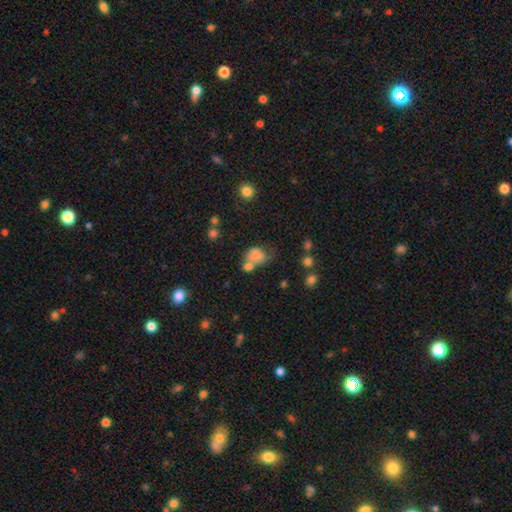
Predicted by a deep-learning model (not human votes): Smooth or featured: smooth — 72% (featured or disk — 15%)
How rounded: in between — 58% (round — 41%)
Merging: merger — 35% (none — 27%)